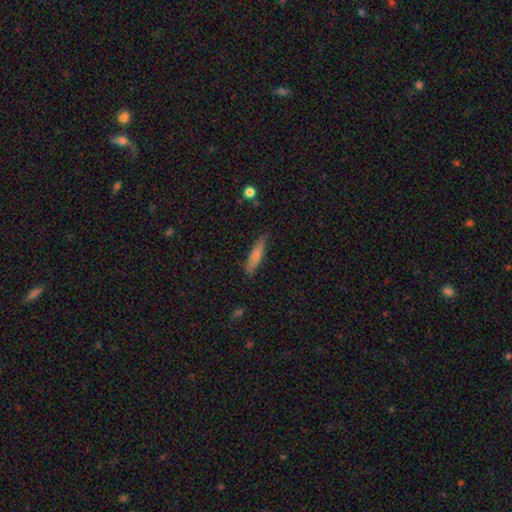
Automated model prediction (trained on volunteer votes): Overall: smooth (78%). How rounded: cigar-shaped (84%). Merging: none (83%).